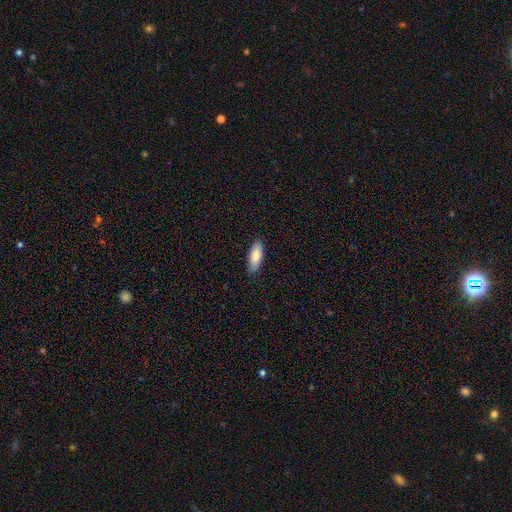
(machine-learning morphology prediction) smooth 82%, featured or disk 12%, star or artifact 6%. Down the decision tree: how rounded — in between (76%); merging — none (87%).